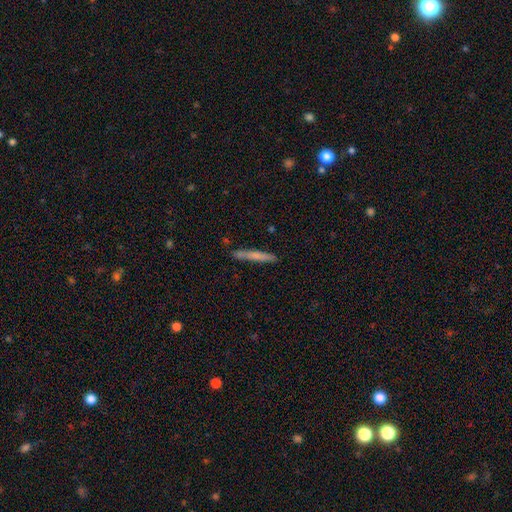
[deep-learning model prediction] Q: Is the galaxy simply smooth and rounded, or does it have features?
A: smooth — 65%.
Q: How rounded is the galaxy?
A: cigar-shaped — 96%.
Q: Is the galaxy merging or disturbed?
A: none — 85%.